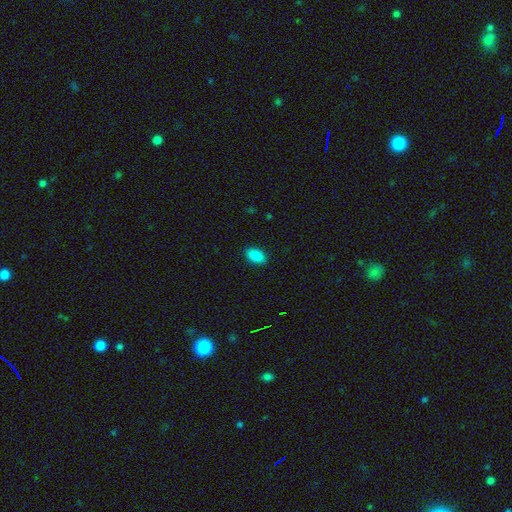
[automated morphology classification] This appears to be a smooth galaxy with no disk features (88%) that is in between round and cigar-shaped (91%). Merging: none (90%).